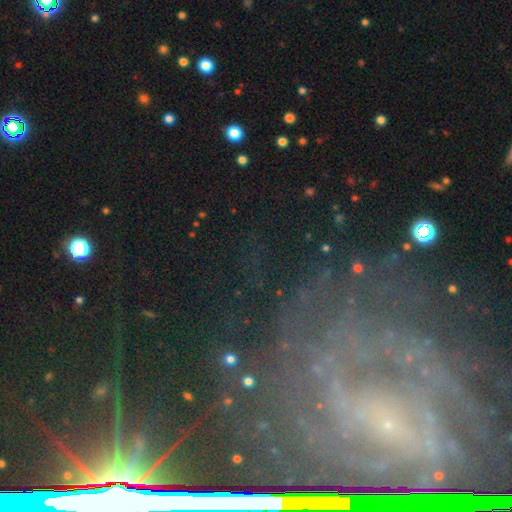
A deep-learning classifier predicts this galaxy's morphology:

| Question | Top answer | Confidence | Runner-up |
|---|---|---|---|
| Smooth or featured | featured or disk | 52% | star or artifact (31%) |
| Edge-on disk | no | 90% | yes (10%) |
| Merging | none | 68% | major disturbance (14%) |